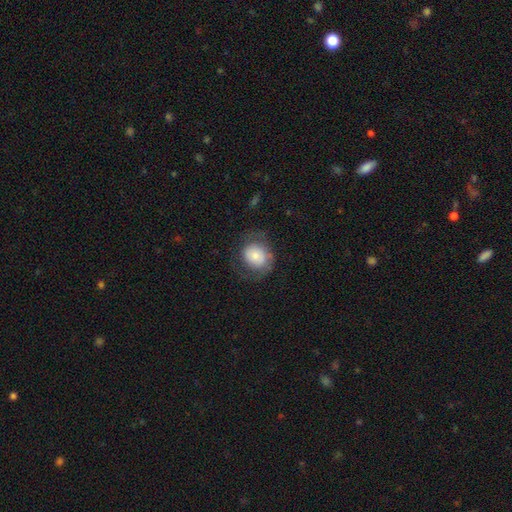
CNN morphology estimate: Q: Smooth or featured?
A: smooth (62%); runner-up: featured or disk (30%)
Q: How rounded?
A: round (69%); runner-up: in between (30%)
Q: Merging?
A: none (61%); runner-up: minor disturbance (21%)